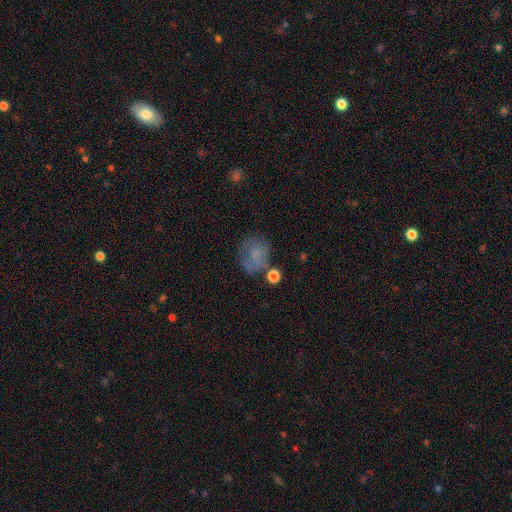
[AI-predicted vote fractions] Smooth or featured? smooth (61%)
How rounded? round (68%)
Merging? none (50%)